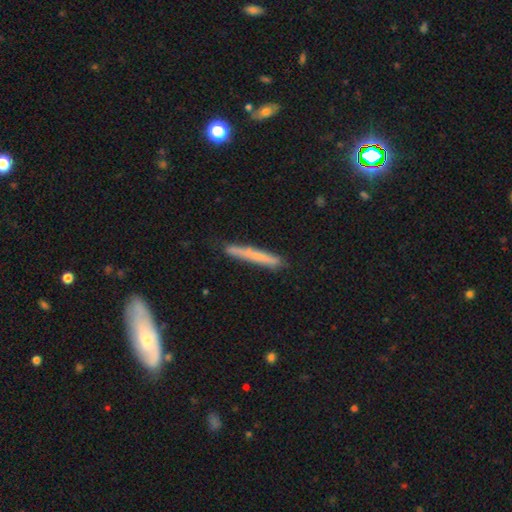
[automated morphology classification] This appears to be a smooth galaxy with no disk features (62%) that is cigar-shaped (96%). Merging: none (84%).